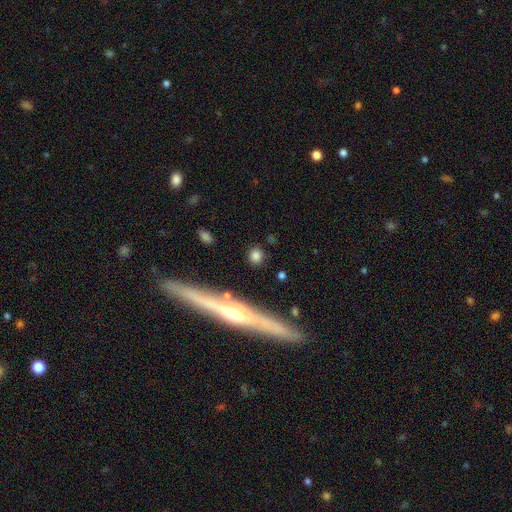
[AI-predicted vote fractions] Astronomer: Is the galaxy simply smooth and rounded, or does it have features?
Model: smooth — 75%.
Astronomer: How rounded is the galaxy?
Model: round — 79%.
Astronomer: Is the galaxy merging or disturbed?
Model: none — 85%.